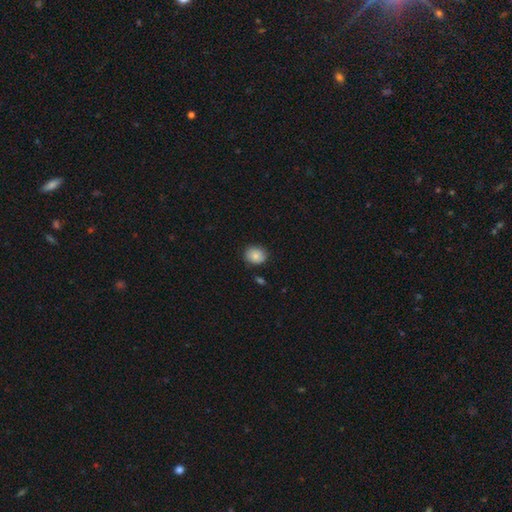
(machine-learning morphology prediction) Q: Smooth or featured?
A: smooth (85%); runner-up: star or artifact (8%)
Q: How rounded?
A: round (62%); runner-up: in between (37%)
Q: Merging?
A: none (82%); runner-up: minor disturbance (13%)